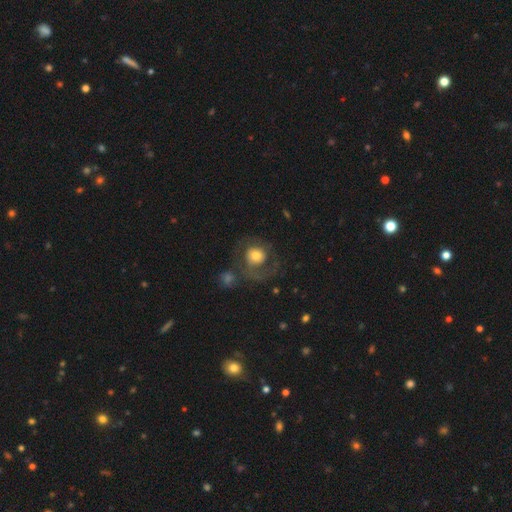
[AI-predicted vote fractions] Q: Smooth or featured?
A: featured or disk (48%); runner-up: smooth (45%)
Q: Merging?
A: none (50%); runner-up: major disturbance (25%)